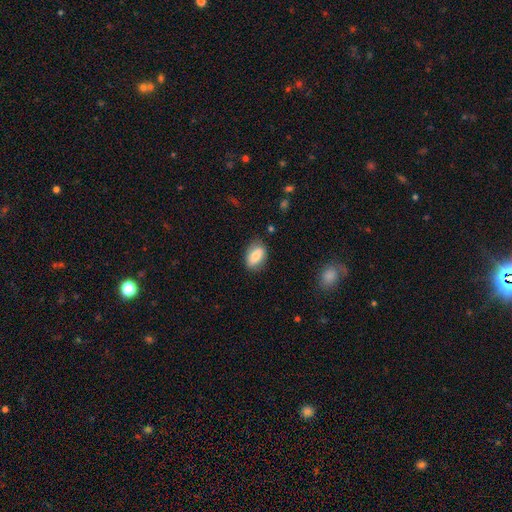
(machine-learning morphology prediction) smooth_or_featured: smooth (p=0.80) [alt: featured or disk p=0.13]
how_rounded: in between (p=0.88) [alt: round p=0.10]
merging: none (p=0.77) [alt: minor disturbance p=0.18]